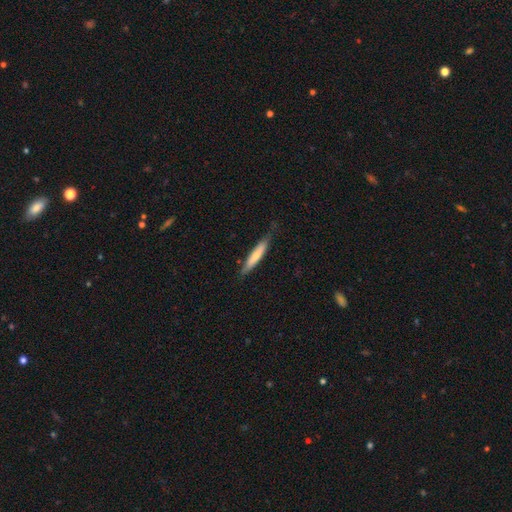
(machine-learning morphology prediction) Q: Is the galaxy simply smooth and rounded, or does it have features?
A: smooth — 69%.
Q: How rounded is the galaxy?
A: cigar-shaped — 90%.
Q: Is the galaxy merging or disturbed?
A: none — 75%.